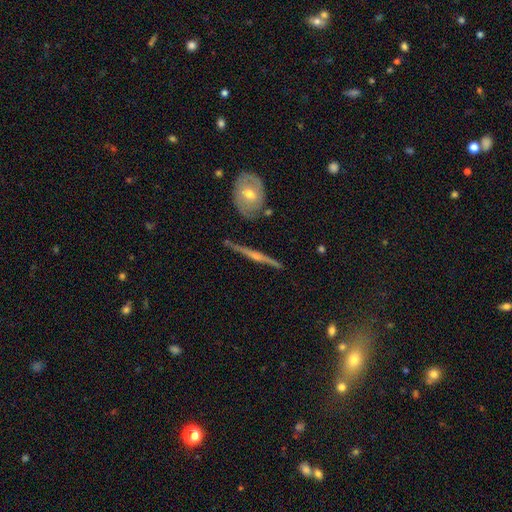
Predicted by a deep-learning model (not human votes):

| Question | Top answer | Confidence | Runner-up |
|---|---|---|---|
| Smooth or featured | featured or disk | 78% | smooth (15%) |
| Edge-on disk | yes | 97% | no (3%) |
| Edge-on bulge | rounded | 80% | none (12%) |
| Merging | none | 85% | minor disturbance (9%) |